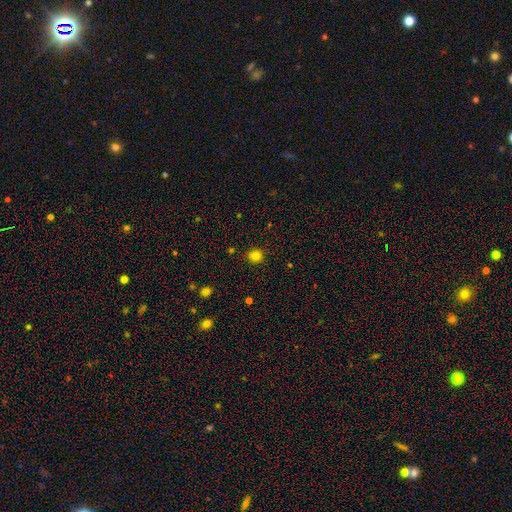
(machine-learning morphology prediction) The model was most divided on "smooth or featured": smooth: 81%, star or artifact: 14%, featured or disk: 5%. More confident: how rounded — round (89%); merging — none (89%).